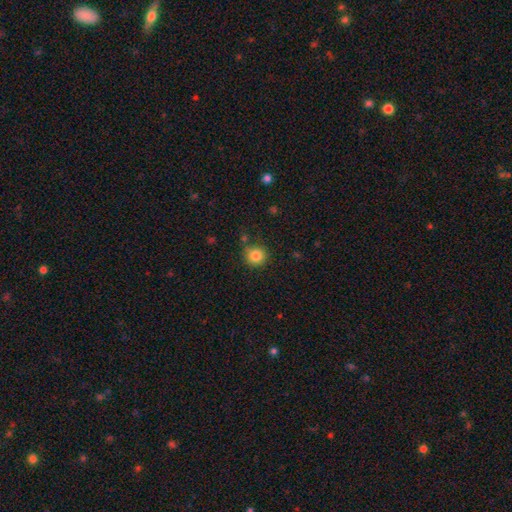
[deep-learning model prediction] A smooth galaxy with no disk features (83%) that is round (91%).

Vote fractions:
- Smooth or featured? smooth: 83% / star or artifact: 11% / featured or disk: 6%
- How rounded? round: 91% / in between: 8% / cigar-shaped: 1%
- Merging? none: 80% / minor disturbance: 11% / merger: 5% / major disturbance: 3%